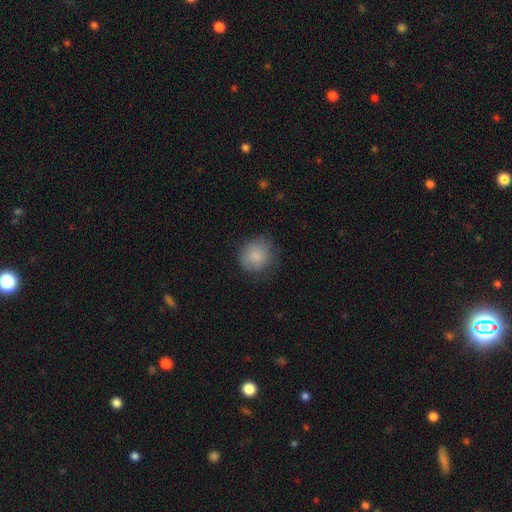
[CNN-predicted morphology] smooth-or-featured: smooth: 84% | featured or disk: 8% | star or artifact: 8%
  how-rounded: round: 86% | in between: 13% | cigar-shaped: 1%
  merging: none: 76% | minor disturbance: 18% | major disturbance: 5% | merger: 1%